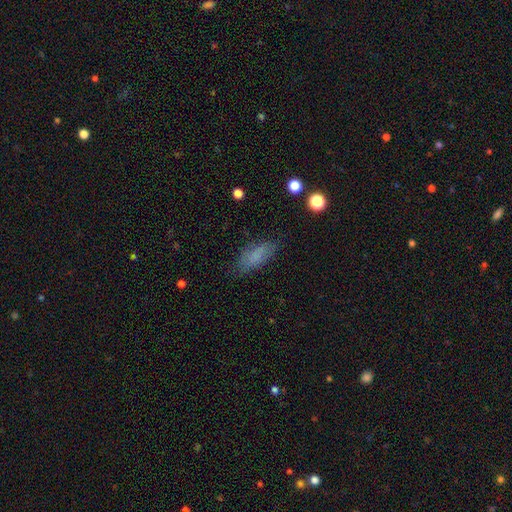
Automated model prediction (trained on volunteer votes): Smooth or featured? smooth (72%)
How rounded? in between (75%)
Merging? none (73%)